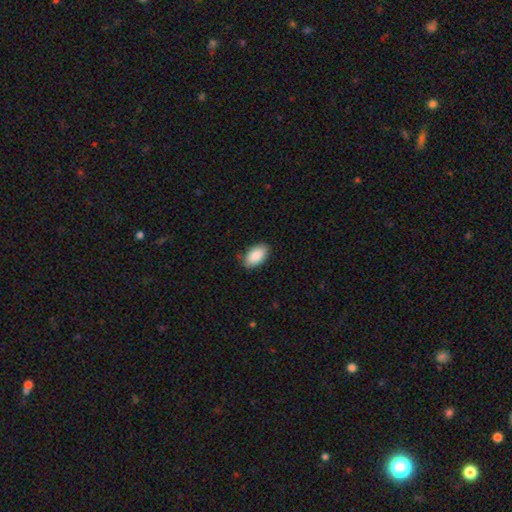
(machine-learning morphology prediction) Smooth or featured?
  - smooth: 90% *
  - star or artifact: 6%
  - featured or disk: 4%
How rounded?
  - in between: 95% *
  - round: 3%
  - cigar-shaped: 2%
Merging?
  - none: 85% *
  - minor disturbance: 12%
  - major disturbance: 2%
  - merger: 1%